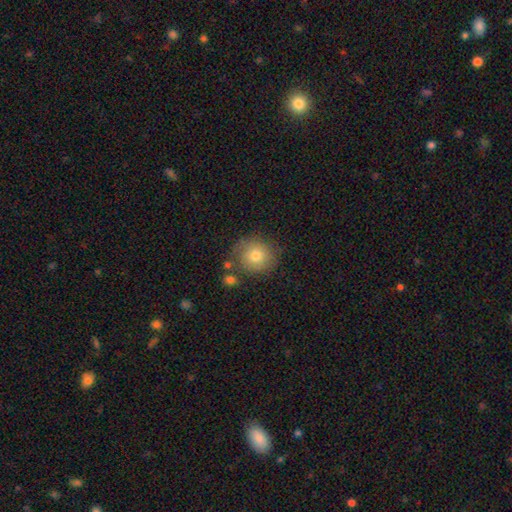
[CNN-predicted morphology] smooth_or_featured: smooth (p=0.77) [alt: featured or disk p=0.13]
how_rounded: round (p=0.90) [alt: in between p=0.09]
merging: none (p=0.74) [alt: minor disturbance p=0.15]